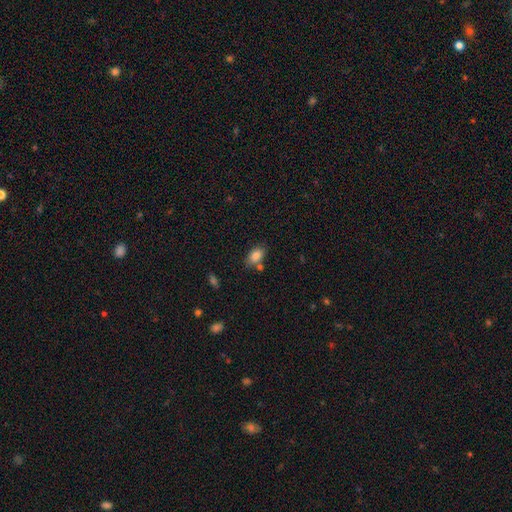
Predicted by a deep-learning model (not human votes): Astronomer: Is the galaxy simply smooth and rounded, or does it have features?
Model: smooth — 85%.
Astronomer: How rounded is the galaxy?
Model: in between — 89%.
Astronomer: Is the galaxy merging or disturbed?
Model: none — 69%.